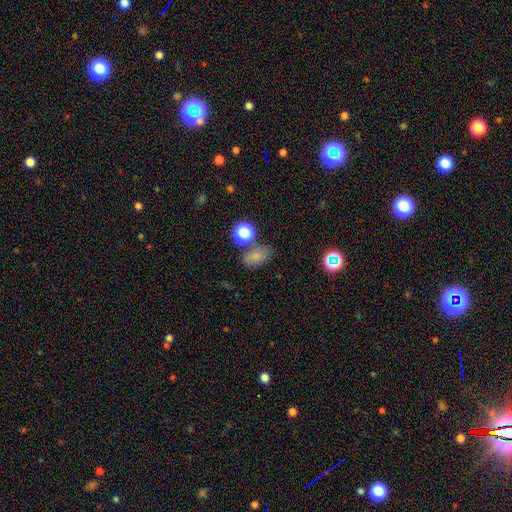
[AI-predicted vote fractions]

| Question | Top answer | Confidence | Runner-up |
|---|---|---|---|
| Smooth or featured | smooth | 73% | star or artifact (17%) |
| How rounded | in between | 78% | round (20%) |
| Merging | none | 67% | minor disturbance (16%) |